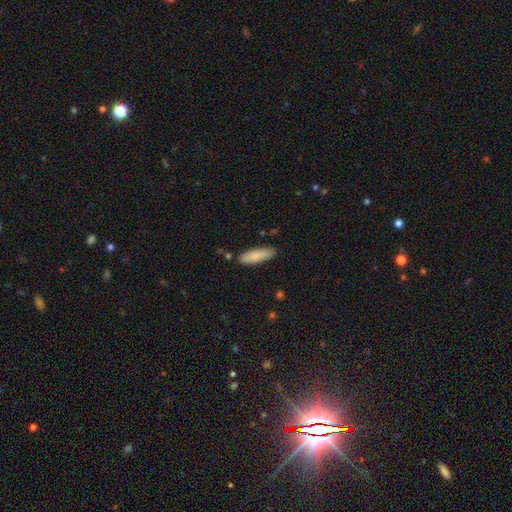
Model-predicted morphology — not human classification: smooth 82%, featured or disk 13%, star or artifact 6%. Down the decision tree: how rounded — cigar-shaped (52%); merging — none (83%).